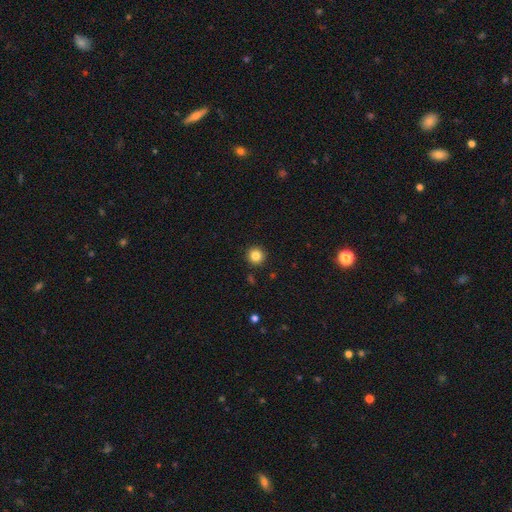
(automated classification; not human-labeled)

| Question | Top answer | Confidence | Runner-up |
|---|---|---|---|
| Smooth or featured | smooth | 84% | star or artifact (11%) |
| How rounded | round | 95% | in between (4%) |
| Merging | none | 92% | minor disturbance (5%) |